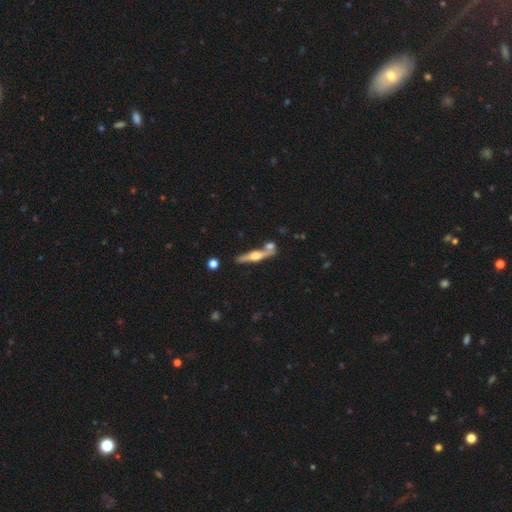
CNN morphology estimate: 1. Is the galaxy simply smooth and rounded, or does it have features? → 75% featured or disk, 20% smooth, 6% star or artifact.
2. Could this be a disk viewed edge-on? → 97% yes, 3% no.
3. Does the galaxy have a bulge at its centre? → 93% rounded, 5% boxy, 2% none.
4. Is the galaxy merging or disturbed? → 72% none, 15% merger, 10% minor disturbance, 3% major disturbance.